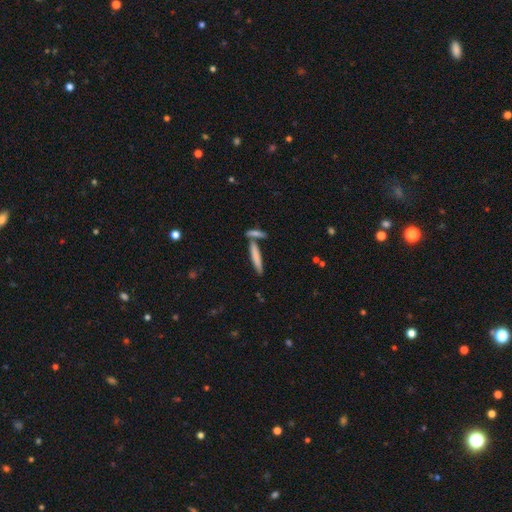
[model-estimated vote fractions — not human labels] smooth 71%, featured or disk 23%, star or artifact 7%. Down the decision tree: how rounded — cigar-shaped (89%); merging — none (70%).